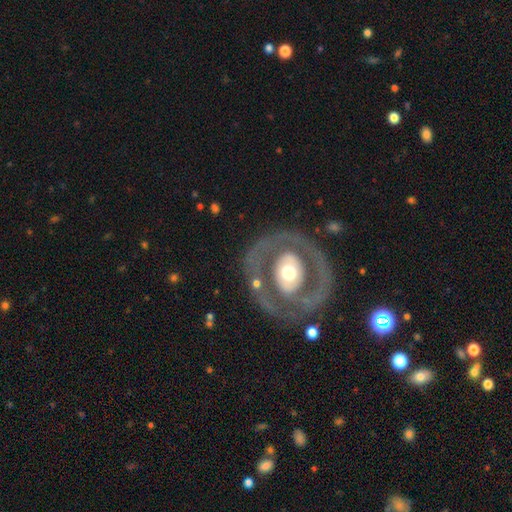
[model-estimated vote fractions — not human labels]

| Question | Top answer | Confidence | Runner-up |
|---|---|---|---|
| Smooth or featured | featured or disk | 76% | smooth (19%) |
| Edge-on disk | no | 95% | yes (5%) |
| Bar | no | 69% | weak (18%) |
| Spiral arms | no | 63% | yes (37%) |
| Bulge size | moderate | 59% | small (19%) |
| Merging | none | 74% | minor disturbance (13%) |